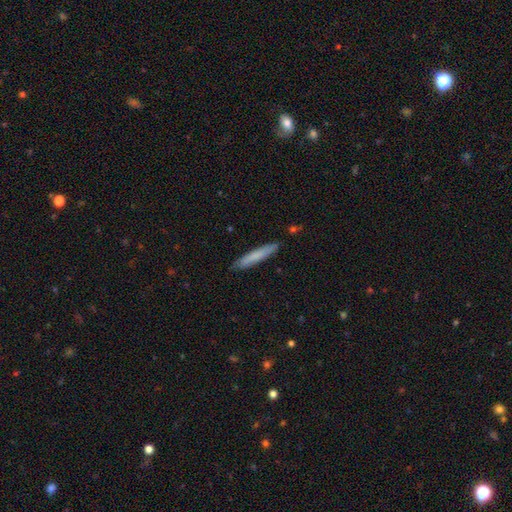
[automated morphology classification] This is likely a smooth galaxy (74%). How rounded: clearly cigar-shaped (94%). Merging: clearly none (88%).